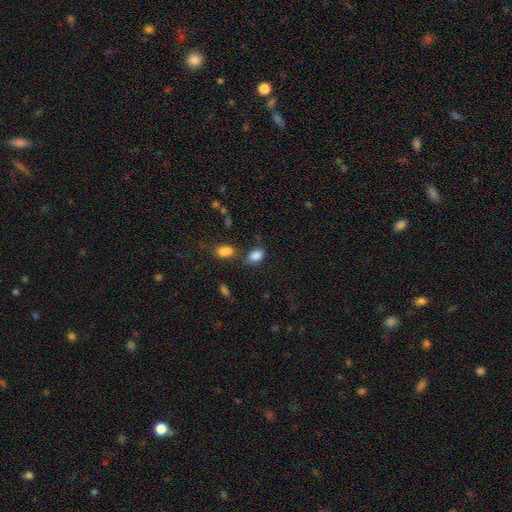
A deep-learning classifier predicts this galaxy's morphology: smooth_or_featured: smooth (p=0.85) [alt: star or artifact p=0.10]
how_rounded: in between (p=0.86) [alt: round p=0.13]
merging: none (p=0.61) [alt: merger p=0.18]